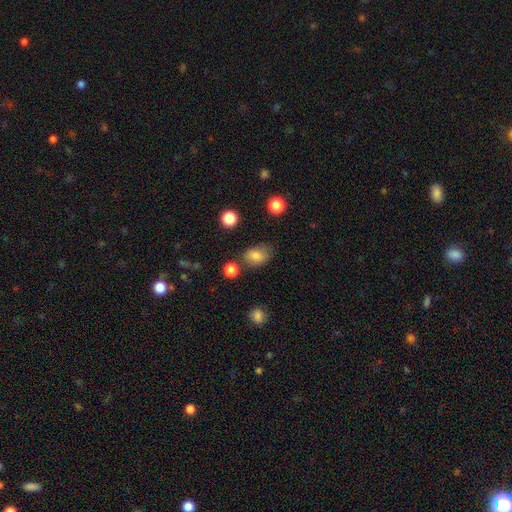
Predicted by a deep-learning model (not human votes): Smooth or featured? smooth (81%)
How rounded? in between (74%)
Merging? none (68%)